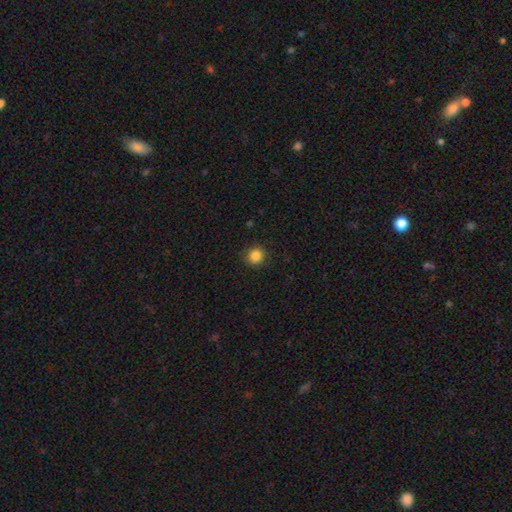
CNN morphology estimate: A smooth galaxy with no disk features (86%) that is round (93%). Merging: none (90%).